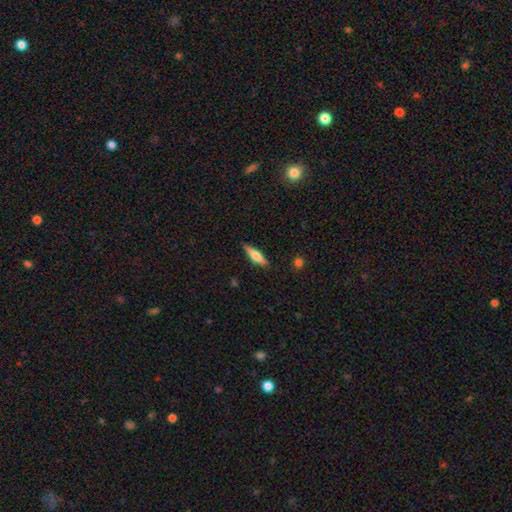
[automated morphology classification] smooth 53%, featured or disk 40%, star or artifact 6%. Down the decision tree: how rounded — cigar-shaped (72%); merging — none (87%).